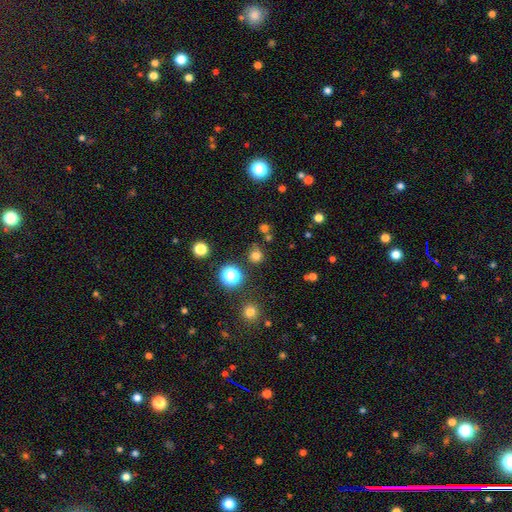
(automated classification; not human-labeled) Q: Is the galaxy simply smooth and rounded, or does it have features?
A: smooth — 73%.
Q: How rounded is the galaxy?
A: round — 91%.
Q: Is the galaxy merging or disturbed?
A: none — 80%.